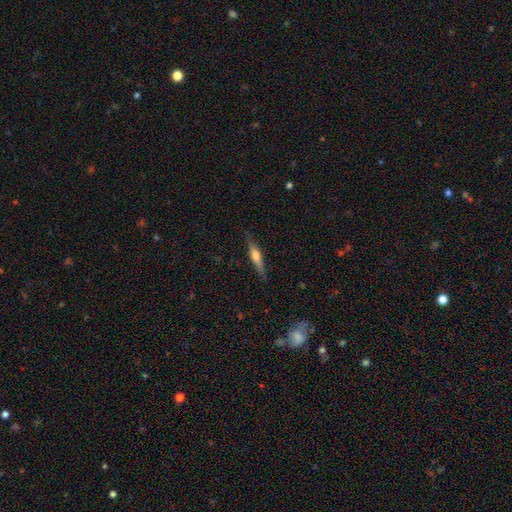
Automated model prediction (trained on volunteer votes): Smooth or featured: featured or disk — 48% (smooth — 46%)
Merging: none — 83% (minor disturbance — 13%)